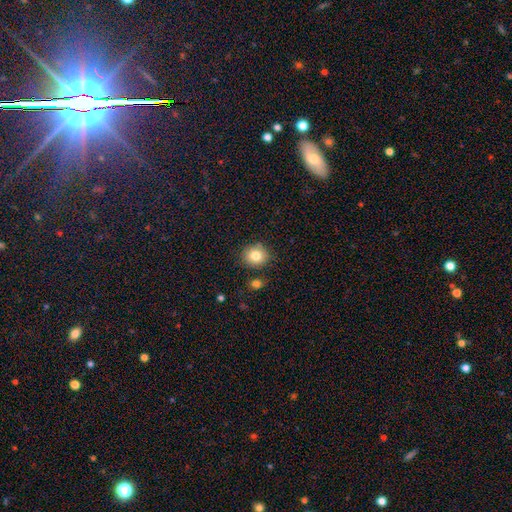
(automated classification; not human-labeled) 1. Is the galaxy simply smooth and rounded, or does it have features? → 81% smooth, 10% star or artifact, 9% featured or disk.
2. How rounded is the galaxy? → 81% round, 18% in between, 1% cigar-shaped.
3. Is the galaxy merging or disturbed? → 82% none, 11% minor disturbance, 5% merger, 3% major disturbance.